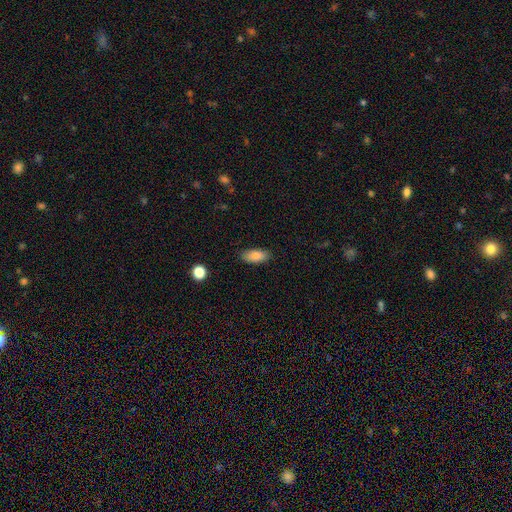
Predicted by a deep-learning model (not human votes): Overall: smooth (85%). How rounded: in between (88%). Merging: none (85%).